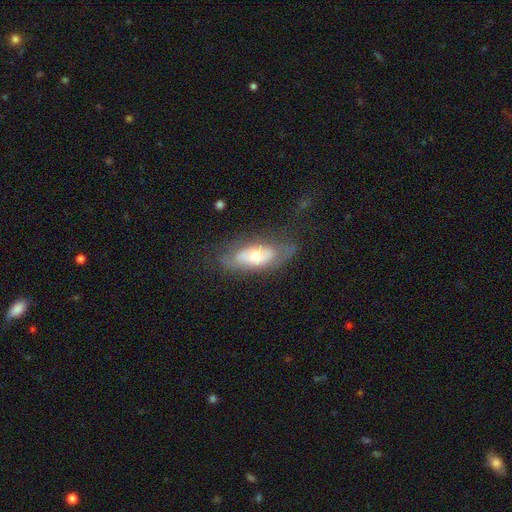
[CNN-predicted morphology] smooth_or_featured: featured or disk (p=0.57) [alt: smooth p=0.35]
disk_edge_on: no (p=0.80) [alt: yes p=0.20]
merging: none (p=0.61) [alt: minor disturbance p=0.24]